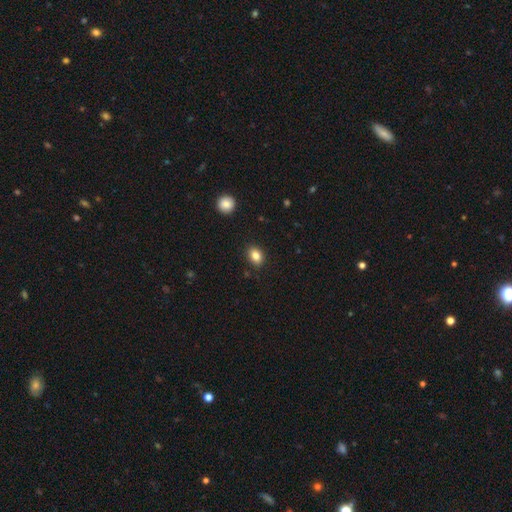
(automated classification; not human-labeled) Smooth or featured? smooth (84%)
How rounded? in between (68%)
Merging? none (87%)